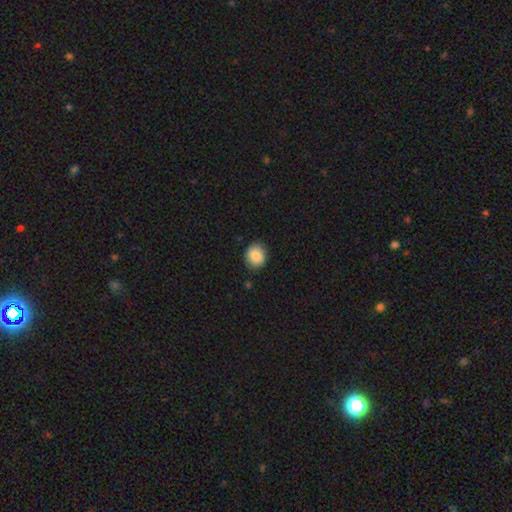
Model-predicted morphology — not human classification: smooth 85%, star or artifact 8%, featured or disk 7%. Down the decision tree: how rounded — round (76%); merging — none (86%).